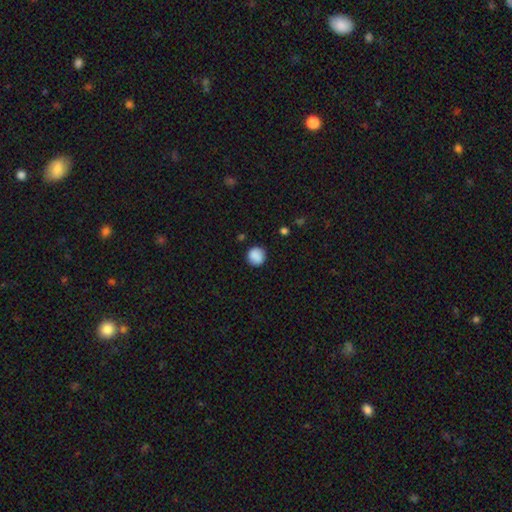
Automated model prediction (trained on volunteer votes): smooth-or-featured: smooth: 88% | star or artifact: 9% | featured or disk: 4%
  how-rounded: round: 92% | in between: 7% | cigar-shaped: 1%
  merging: none: 87% | minor disturbance: 9% | major disturbance: 2% | merger: 1%